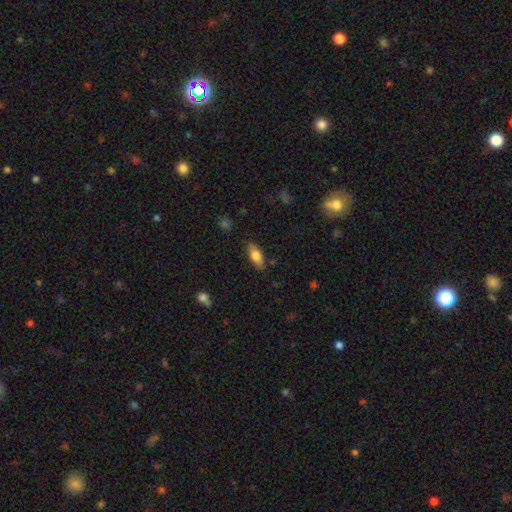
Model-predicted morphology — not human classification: Smooth or featured?
  - smooth: 75% *
  - featured or disk: 18%
  - star or artifact: 7%
How rounded?
  - in between: 78% *
  - cigar-shaped: 20%
  - round: 3%
Merging?
  - none: 82% *
  - minor disturbance: 13%
  - major disturbance: 3%
  - merger: 2%